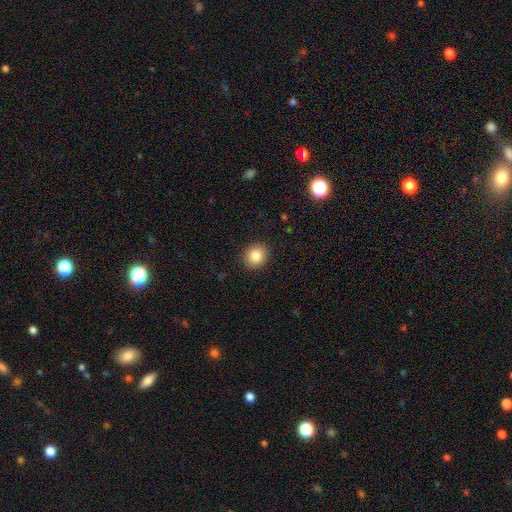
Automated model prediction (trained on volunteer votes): smooth 85%, star or artifact 9%, featured or disk 6%. Down the decision tree: how rounded — round (80%); merging — none (91%).